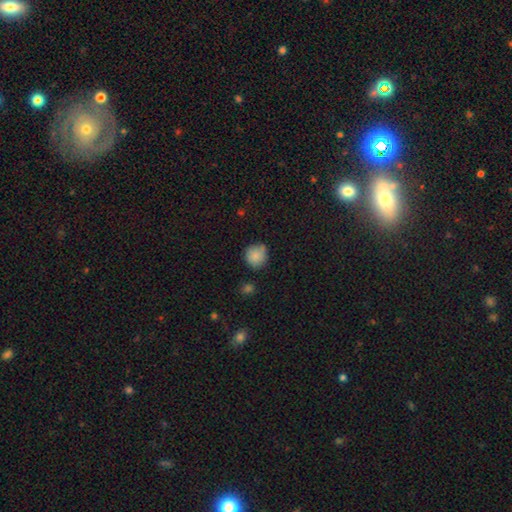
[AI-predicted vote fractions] Smooth or featured? Predicted: smooth (p=0.86). How rounded? Predicted: round (p=0.91). Merging? Predicted: none (p=0.73).